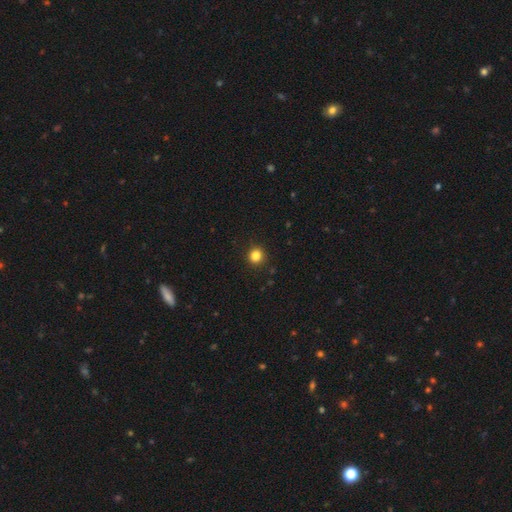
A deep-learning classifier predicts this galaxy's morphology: Q: Smooth or featured?
A: smooth (83%); runner-up: star or artifact (13%)
Q: How rounded?
A: round (90%); runner-up: in between (9%)
Q: Merging?
A: none (92%); runner-up: minor disturbance (5%)